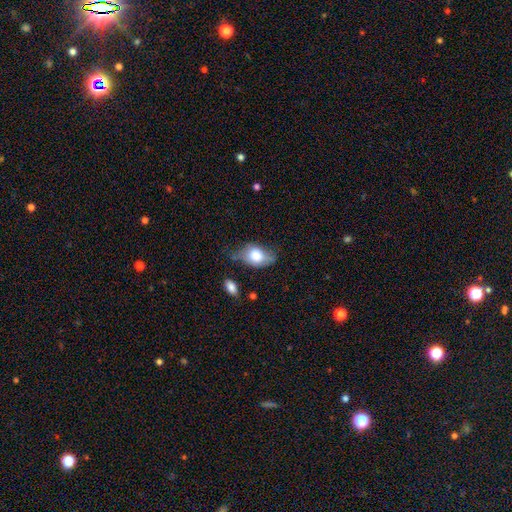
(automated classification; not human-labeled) smooth_or_featured: smooth (p=0.66) [alt: featured or disk p=0.26]
how_rounded: in between (p=0.83) [alt: round p=0.14]
merging: none (p=0.52) [alt: minor disturbance p=0.33]